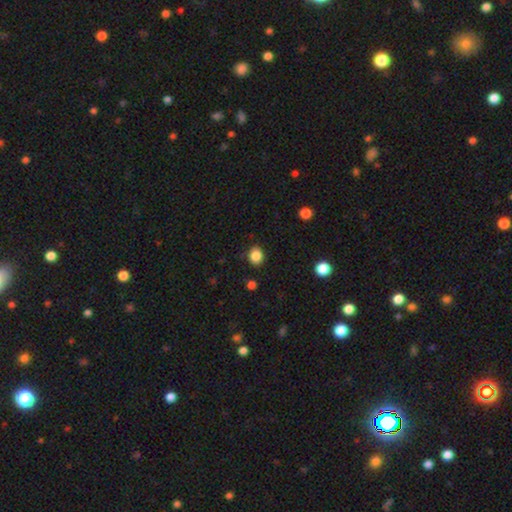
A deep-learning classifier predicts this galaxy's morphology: Q: Smooth or featured?
A: smooth (86%); runner-up: star or artifact (10%)
Q: How rounded?
A: round (64%); runner-up: in between (35%)
Q: Merging?
A: none (83%); runner-up: minor disturbance (13%)